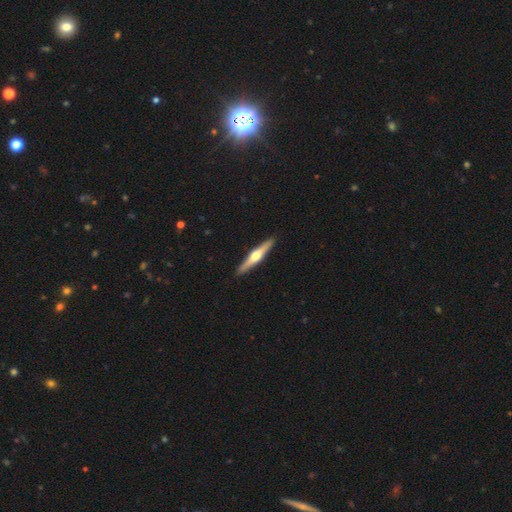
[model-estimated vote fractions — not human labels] This appears to be a featured or disk galaxy (69%) viewed edge-on (98%) with a rounded central bulge (94%). Merging: none (92%).